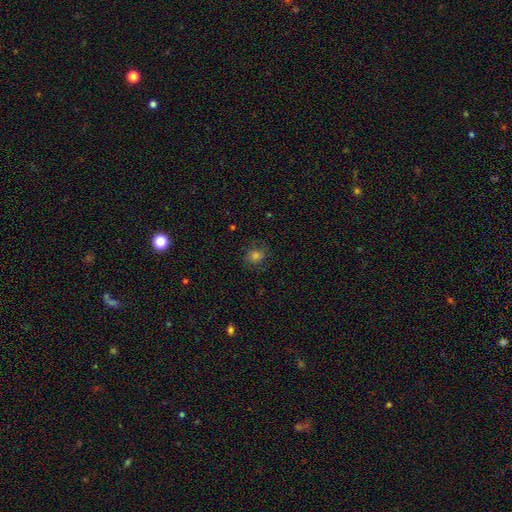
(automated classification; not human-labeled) The model was most divided on "how rounded": round: 70%, in between: 29%, cigar-shaped: 1%. More confident: merging — none (76%); smooth or featured — smooth (63%).